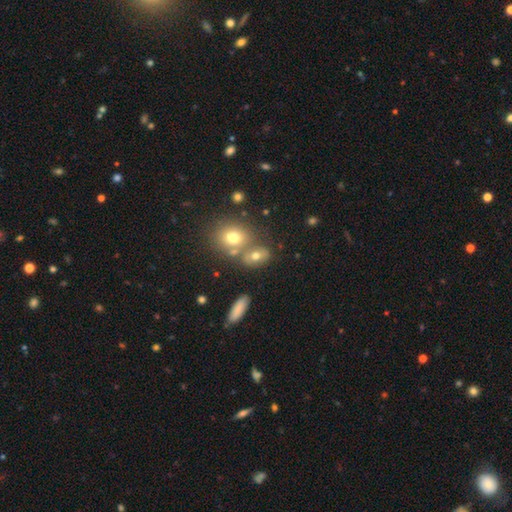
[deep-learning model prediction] This appears to be a smooth galaxy with no disk features (67%) that is in between round and cigar-shaped (63%). Merging: none (55%).